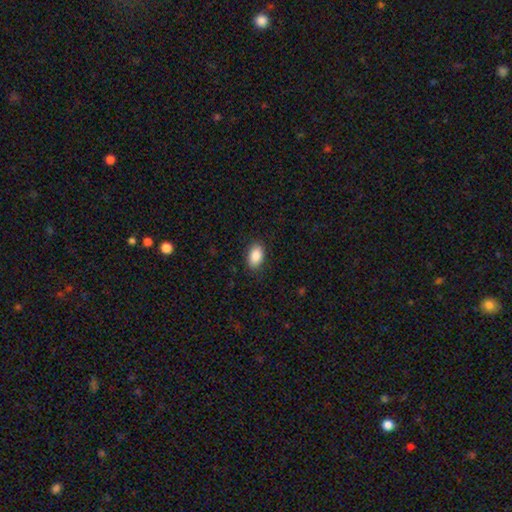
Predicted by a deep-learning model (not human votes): This appears to be a smooth galaxy with no disk features (88%) that is in between round and cigar-shaped (93%). Merging: none (87%).